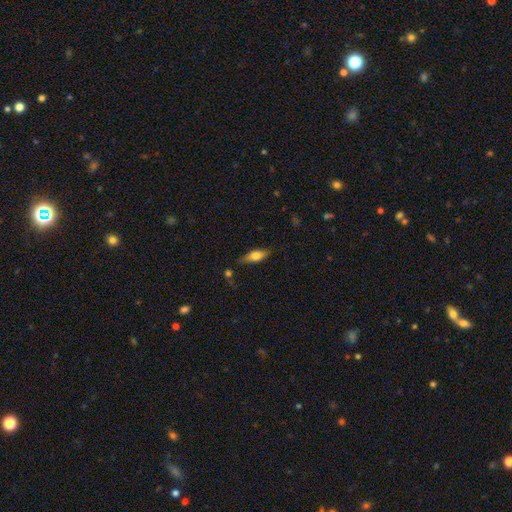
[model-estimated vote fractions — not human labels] Overall: smooth (70%). How rounded: in between (71%). Merging: none (67%).